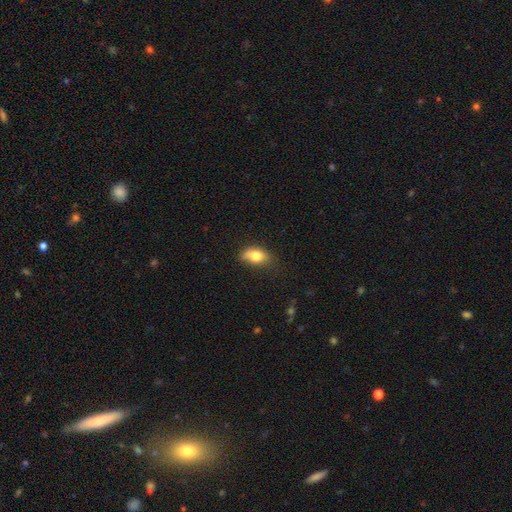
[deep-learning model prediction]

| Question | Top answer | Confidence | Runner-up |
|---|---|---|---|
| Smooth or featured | smooth | 77% | featured or disk (15%) |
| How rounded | in between | 82% | round (15%) |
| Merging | none | 45% | minor disturbance (38%) |